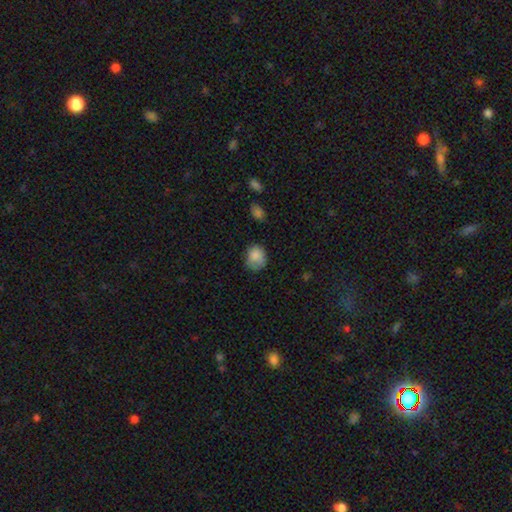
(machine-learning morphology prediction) type=smooth (84%); roundness=round (62%); merging=none (61%).